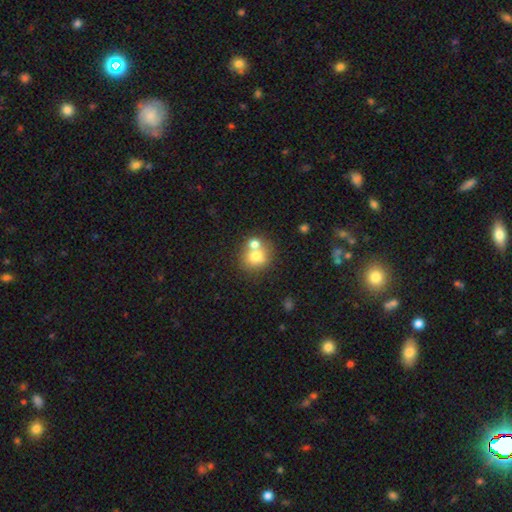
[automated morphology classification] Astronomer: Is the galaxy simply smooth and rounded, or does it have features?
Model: smooth — 70%.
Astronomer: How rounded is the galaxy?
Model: round — 77%.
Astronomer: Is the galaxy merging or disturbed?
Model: merger — 46% (runner-up: none, 42%).